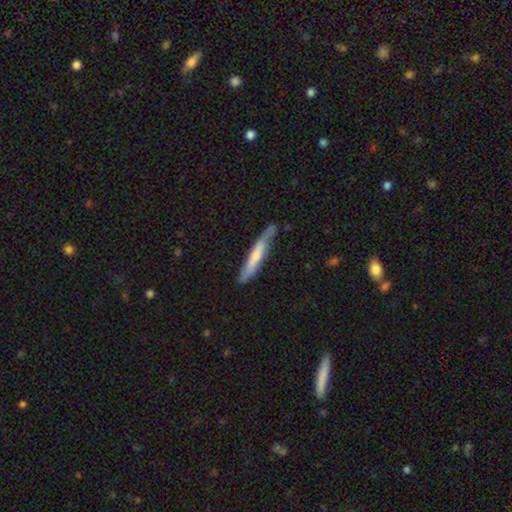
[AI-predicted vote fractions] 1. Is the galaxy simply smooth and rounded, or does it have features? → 56% smooth, 39% featured or disk, 5% star or artifact.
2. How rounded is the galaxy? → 93% cigar-shaped, 6% in between, 1% round.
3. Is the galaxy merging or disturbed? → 70% none, 22% minor disturbance, 4% major disturbance, 3% merger.